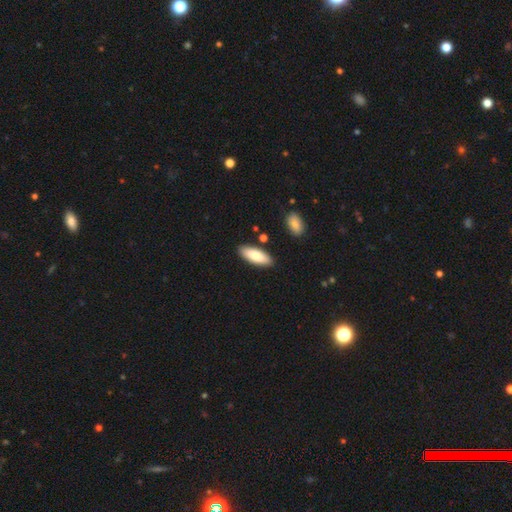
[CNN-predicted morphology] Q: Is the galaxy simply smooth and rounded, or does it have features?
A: smooth — 83%.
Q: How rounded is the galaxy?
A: in between — 68%.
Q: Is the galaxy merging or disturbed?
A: none — 86%.